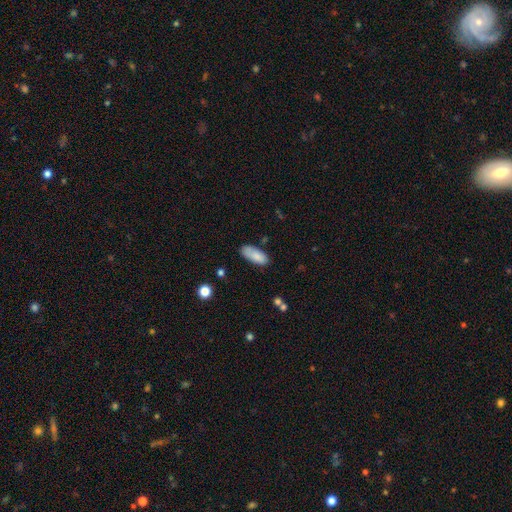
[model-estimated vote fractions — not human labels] This is clearly a smooth galaxy (84%). How rounded: clearly in between (83%). Merging: likely none (70%).